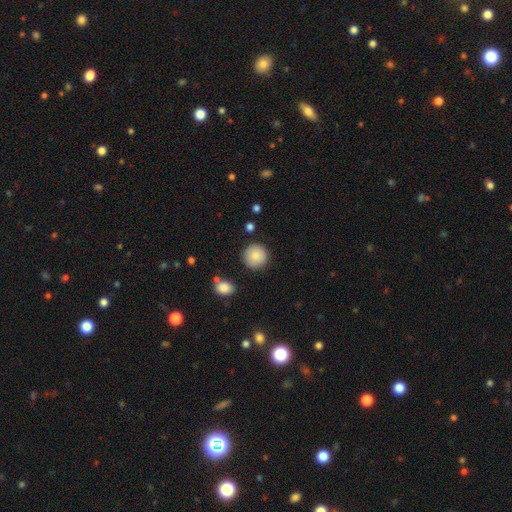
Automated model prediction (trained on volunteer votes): Smooth or featured: smooth — 86% (star or artifact — 8%)
How rounded: round — 95% (in between — 4%)
Merging: none — 88% (minor disturbance — 8%)